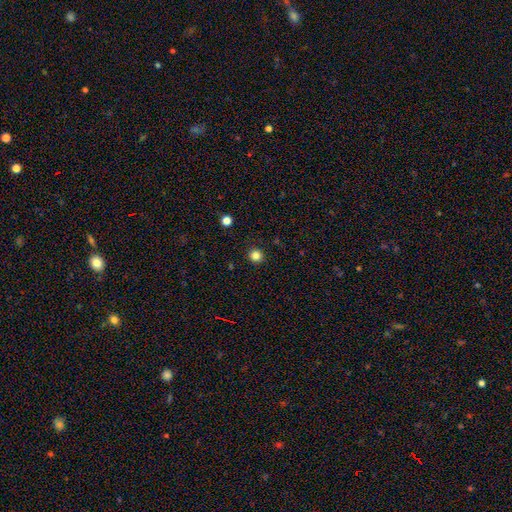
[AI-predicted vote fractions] Smooth or featured? smooth (83%)
How rounded? round (95%)
Merging? none (93%)